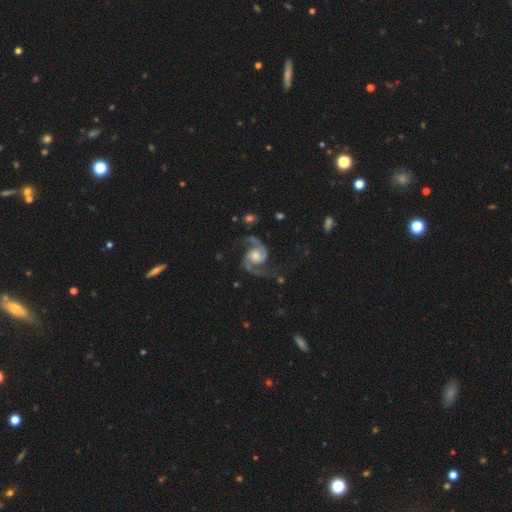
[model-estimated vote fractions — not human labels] featured or disk 92%, star or artifact 4%, smooth 3%. Down the decision tree: edge-on disk — no (98%); bar — no (64%); spiral arms — yes (98%); spiral arm count — 2 (94%); spiral winding — medium (58%); bulge size — moderate (56%); merging — none (71%).